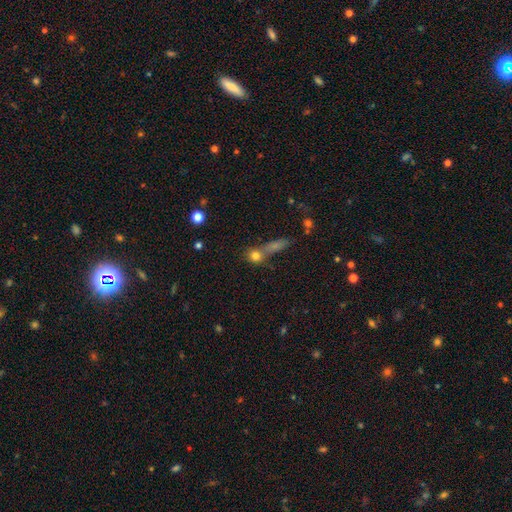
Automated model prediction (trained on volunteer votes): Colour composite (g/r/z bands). It shows a smooth galaxy with no disk features (76%) that is round (75%). Merging: none (48%).